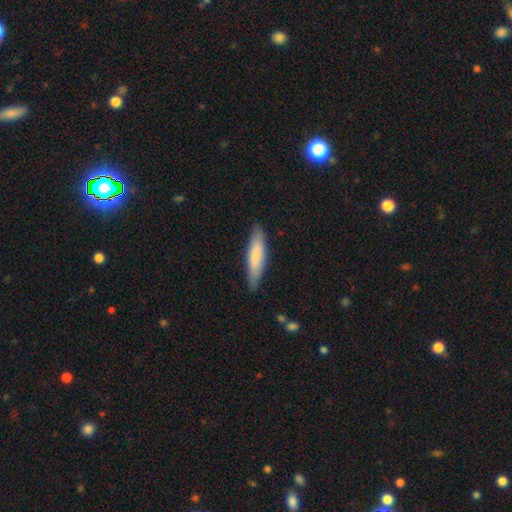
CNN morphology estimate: Q: Smooth or featured?
A: smooth (75%); runner-up: featured or disk (20%)
Q: How rounded?
A: cigar-shaped (78%); runner-up: in between (21%)
Q: Merging?
A: none (84%); runner-up: minor disturbance (12%)